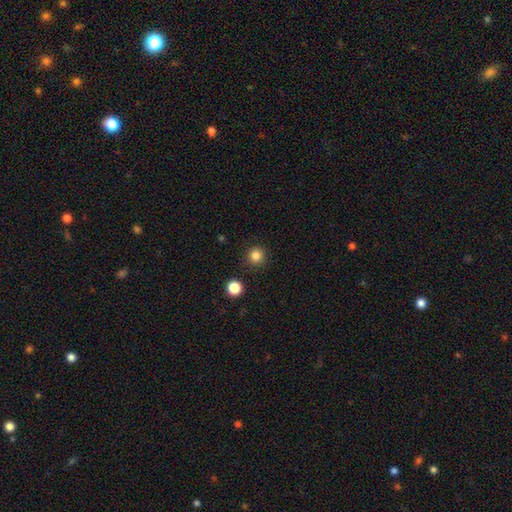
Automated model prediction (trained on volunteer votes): Overall: smooth (83%). How rounded: round (95%). Merging: none (91%).